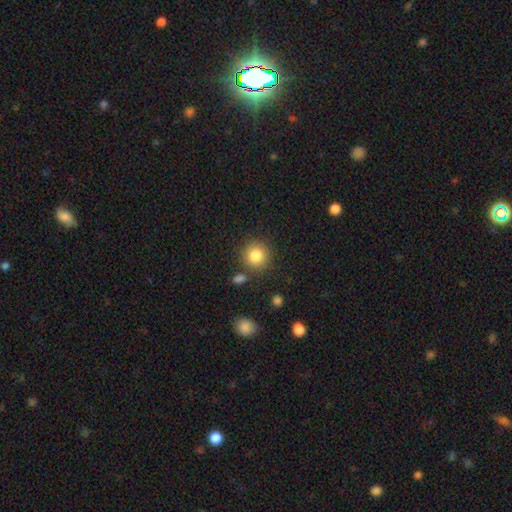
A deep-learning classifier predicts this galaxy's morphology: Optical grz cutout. It shows a smooth galaxy with no disk features (84%) that is round (91%). Merging: none (83%).